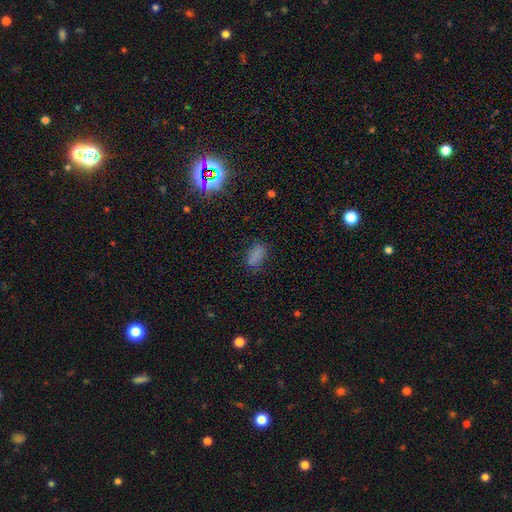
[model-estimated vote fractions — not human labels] A smooth galaxy with no disk features (76%) that is in between round and cigar-shaped (90%).

Vote fractions:
- Smooth or featured? smooth: 76% / star or artifact: 18% / featured or disk: 7%
- How rounded? in between: 90% / round: 6% / cigar-shaped: 5%
- Merging? none: 71% / minor disturbance: 19% / major disturbance: 7% / merger: 2%